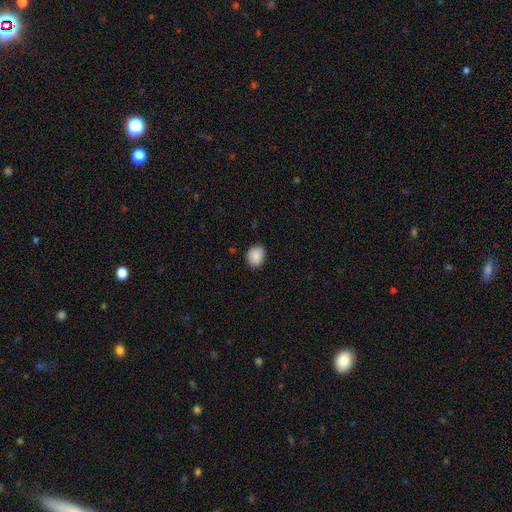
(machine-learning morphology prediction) Smooth or featured? smooth (89%)
How rounded? round (54%)
Merging? none (86%)